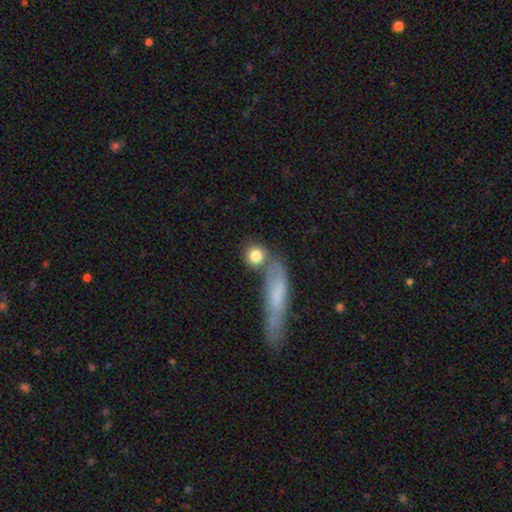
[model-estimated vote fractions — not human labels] smooth 80%, featured or disk 12%, star or artifact 8%. Down the decision tree: how rounded — round (80%); merging — none (59%).